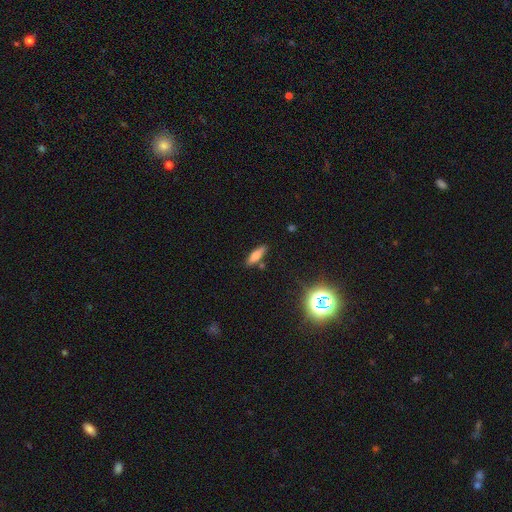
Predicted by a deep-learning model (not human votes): This appears to be a smooth galaxy with no disk features (69%) that is cigar-shaped (49%). Merging: none (82%).